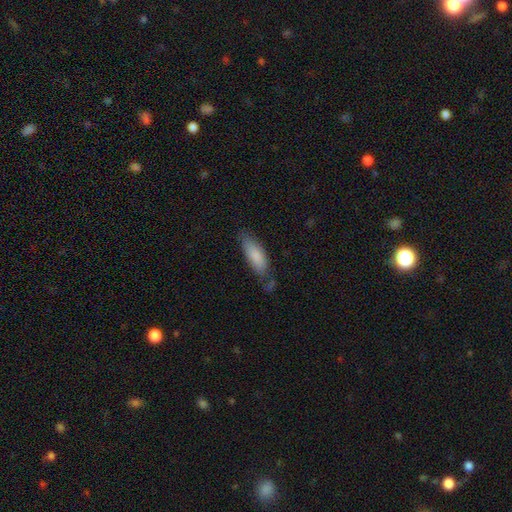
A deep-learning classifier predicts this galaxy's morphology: smooth-or-featured: smooth: 83% | featured or disk: 11% | star or artifact: 6%
  how-rounded: in between: 65% | cigar-shaped: 33% | round: 2%
  merging: none: 63% | minor disturbance: 25% | major disturbance: 6% | merger: 5%